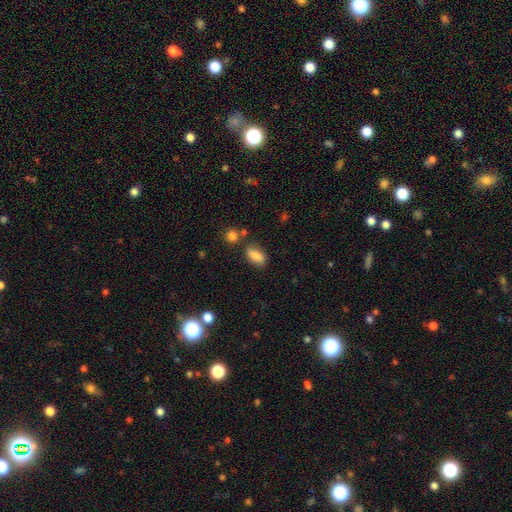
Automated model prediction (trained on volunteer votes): Smooth or featured? smooth (82%)
How rounded? in between (85%)
Merging? none (72%)